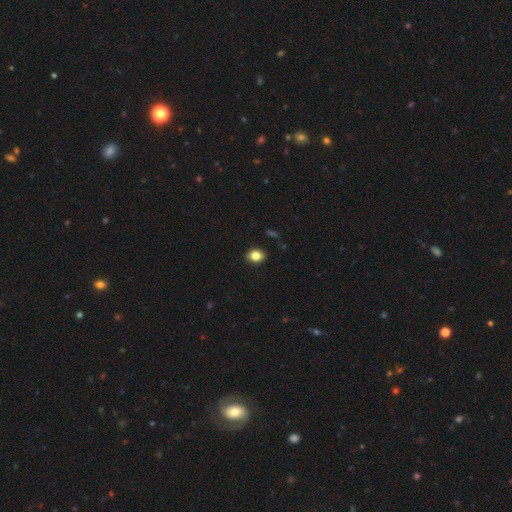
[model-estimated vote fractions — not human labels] This is clearly a smooth galaxy (84%). How rounded: possibly round (51%). Merging: clearly none (89%).